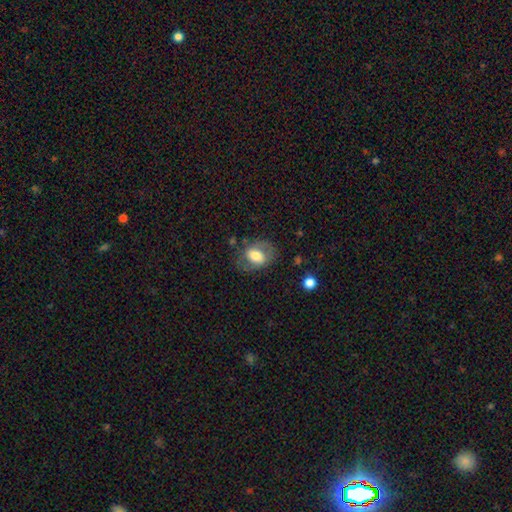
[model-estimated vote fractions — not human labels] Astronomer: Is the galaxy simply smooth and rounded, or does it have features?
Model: smooth — 59%.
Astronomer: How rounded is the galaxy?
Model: in between — 73%.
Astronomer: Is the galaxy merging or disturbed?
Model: none — 66%.